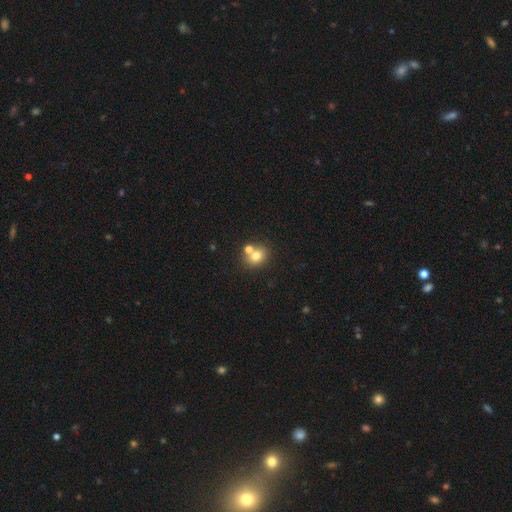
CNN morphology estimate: Overall: smooth (74%). How rounded: round (64%; in between 35%). Merging: none (58%; merger 30%).